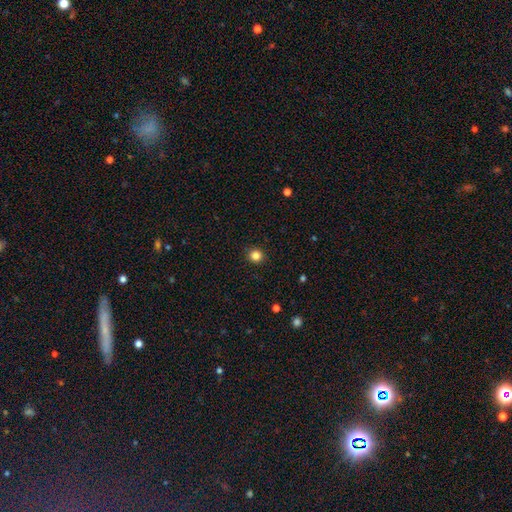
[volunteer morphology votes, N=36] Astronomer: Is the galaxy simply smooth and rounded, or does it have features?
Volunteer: smooth — 92%.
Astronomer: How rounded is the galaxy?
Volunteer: round — 85%.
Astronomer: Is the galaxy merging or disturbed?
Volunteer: none — 85%.